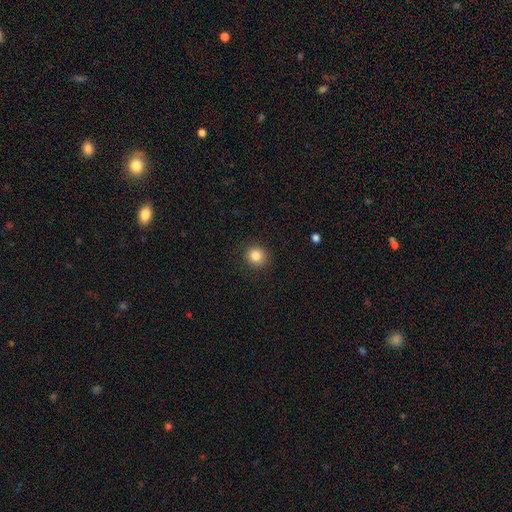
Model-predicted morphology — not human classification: smooth-or-featured: smooth: 84% | star or artifact: 10% | featured or disk: 6%
  how-rounded: round: 87% | in between: 12% | cigar-shaped: 1%
  merging: none: 90% | minor disturbance: 6% | major disturbance: 2% | merger: 1%